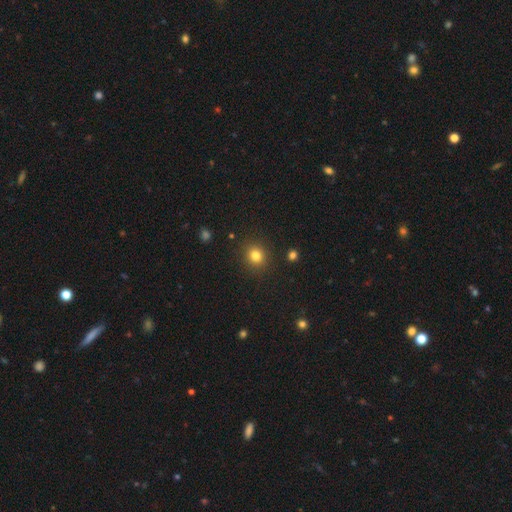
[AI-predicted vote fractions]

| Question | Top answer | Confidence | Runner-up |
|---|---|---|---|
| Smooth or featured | smooth | 81% | star or artifact (13%) |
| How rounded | round | 85% | in between (14%) |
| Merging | none | 89% | minor disturbance (7%) |